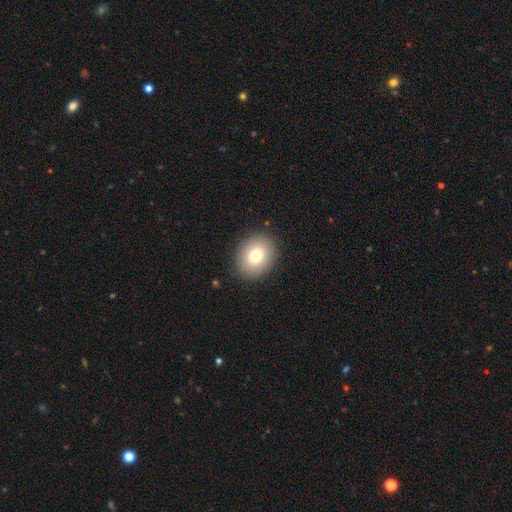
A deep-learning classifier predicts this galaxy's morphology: This is likely a smooth galaxy (79%). How rounded: possibly in between (51%). Merging: clearly none (89%).